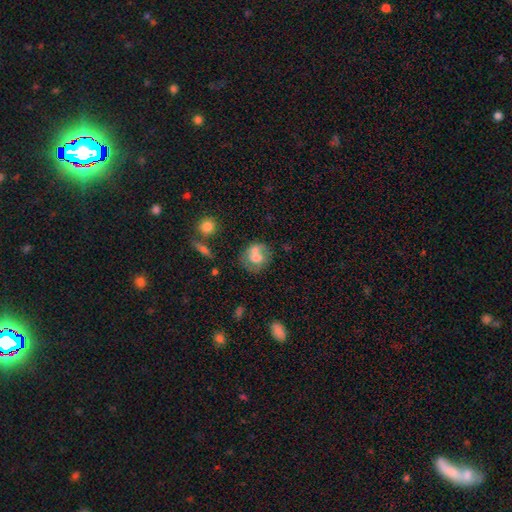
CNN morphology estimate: Smooth or featured: smooth — 58% (featured or disk — 33%)
How rounded: round — 68% (in between — 31%)
Merging: merger — 44% (none — 34%)